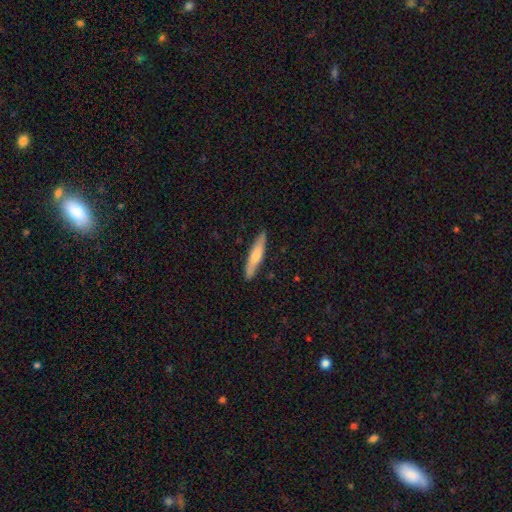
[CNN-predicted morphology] A smooth galaxy with no disk features (63%) that is cigar-shaped (88%).

Vote fractions:
- Smooth or featured? smooth: 63% / featured or disk: 32% / star or artifact: 5%
- How rounded? cigar-shaped: 88% / in between: 11% / round: 1%
- Merging? none: 87% / minor disturbance: 10% / major disturbance: 2% / merger: 1%